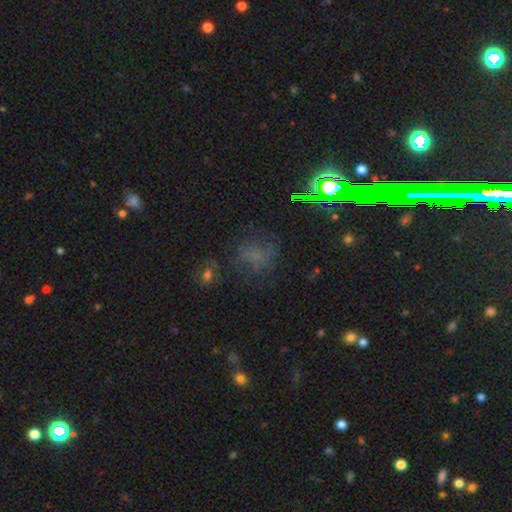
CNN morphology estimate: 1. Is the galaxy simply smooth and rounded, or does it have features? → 41% smooth, 39% star or artifact, 20% featured or disk.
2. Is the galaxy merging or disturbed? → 62% none, 19% minor disturbance, 16% major disturbance, 3% merger.